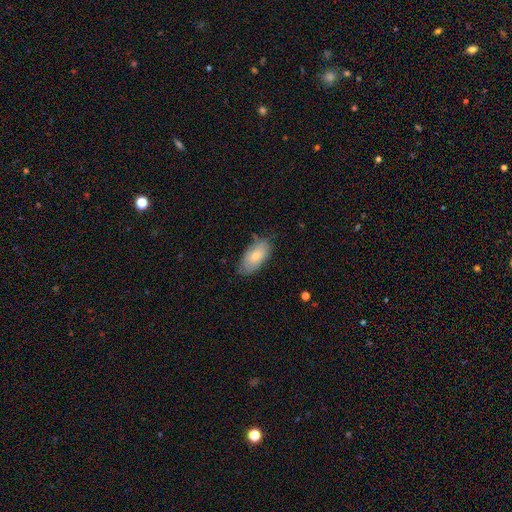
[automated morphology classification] This appears to be a smooth galaxy with no disk features (72%) that is in between round and cigar-shaped (93%). Merging: none (71%).